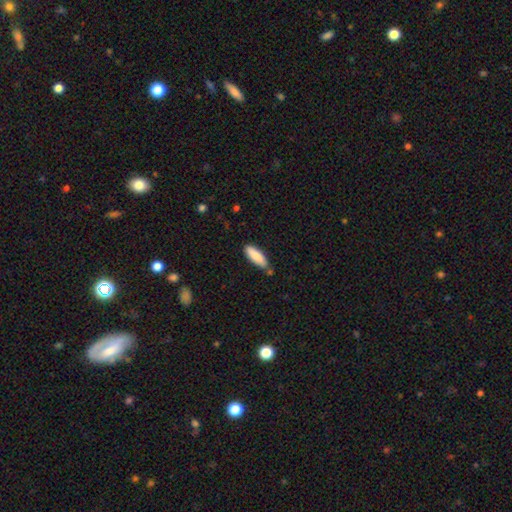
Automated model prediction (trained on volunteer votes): Morphology: type=smooth (86%); roundness=in between (54%); merging=none (76%).